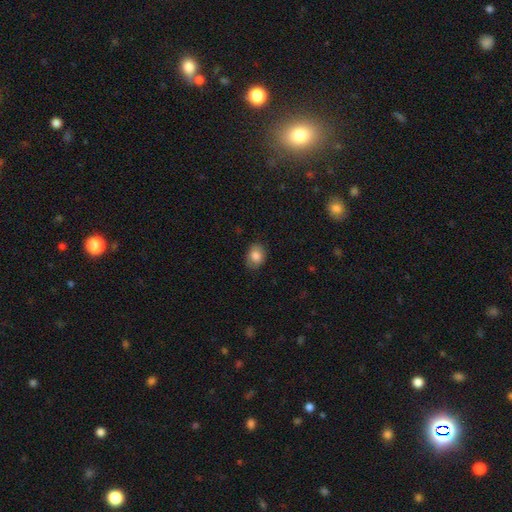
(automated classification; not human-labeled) Smooth or featured? smooth (83%)
How rounded? in between (61%)
Merging? none (84%)